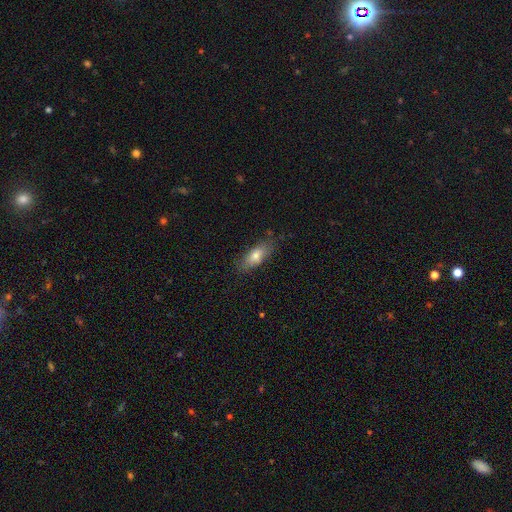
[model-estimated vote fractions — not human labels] Q: Smooth or featured?
A: smooth (73%); runner-up: featured or disk (20%)
Q: How rounded?
A: in between (70%); runner-up: cigar-shaped (27%)
Q: Merging?
A: none (77%); runner-up: minor disturbance (17%)